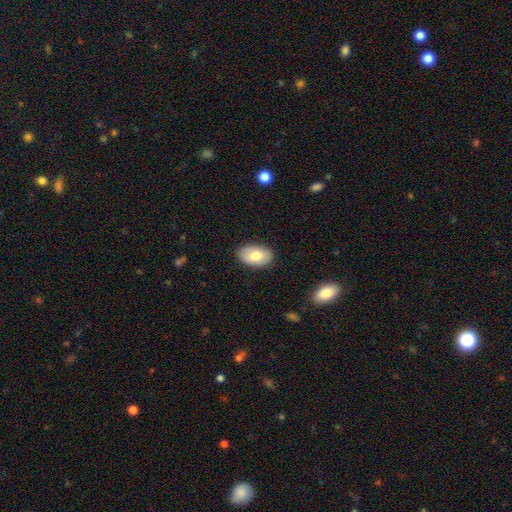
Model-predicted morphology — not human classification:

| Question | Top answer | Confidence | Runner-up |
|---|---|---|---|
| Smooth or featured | smooth | 76% | featured or disk (18%) |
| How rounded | in between | 92% | round (7%) |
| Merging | none | 86% | minor disturbance (11%) |